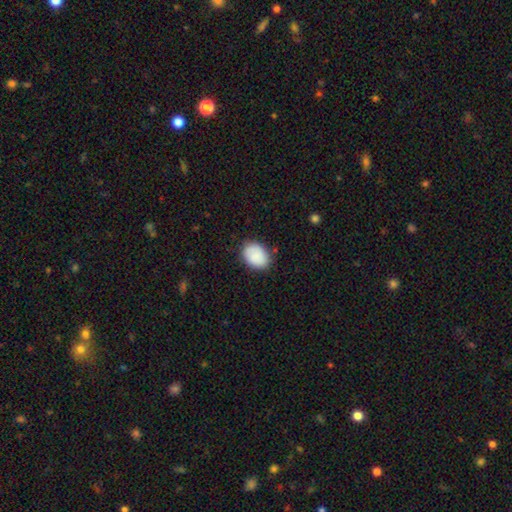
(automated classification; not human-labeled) This appears to be a smooth galaxy with no disk features (88%) that is in between round and cigar-shaped (70%). Merging: none (81%).